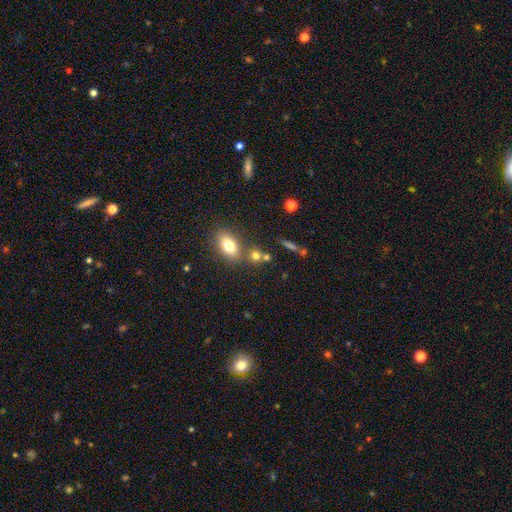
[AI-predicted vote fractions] Smooth or featured? Predicted: smooth (p=0.73). How rounded? Predicted: round (p=0.54). Merging? Predicted: none (p=0.59).